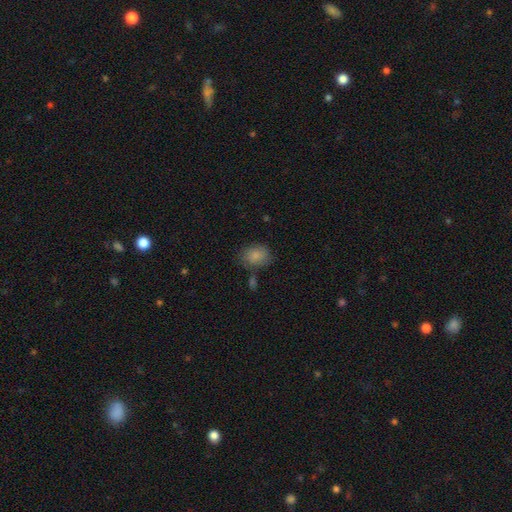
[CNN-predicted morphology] type=smooth (85%); roundness=in between (62%); merging=none (67%).